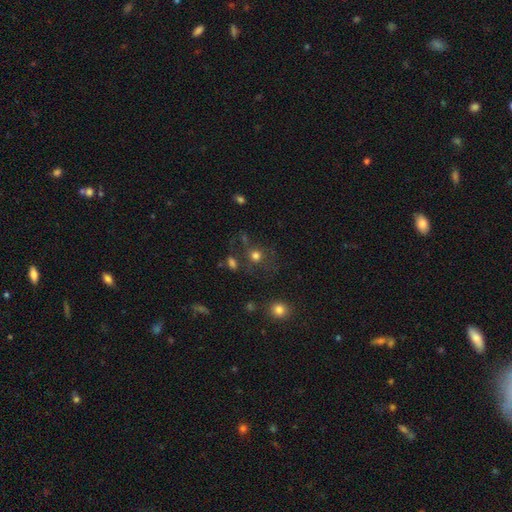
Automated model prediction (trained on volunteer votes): smooth 72%, star or artifact 18%, featured or disk 10%. Down the decision tree: how rounded — round (84%); merging — none (64%).